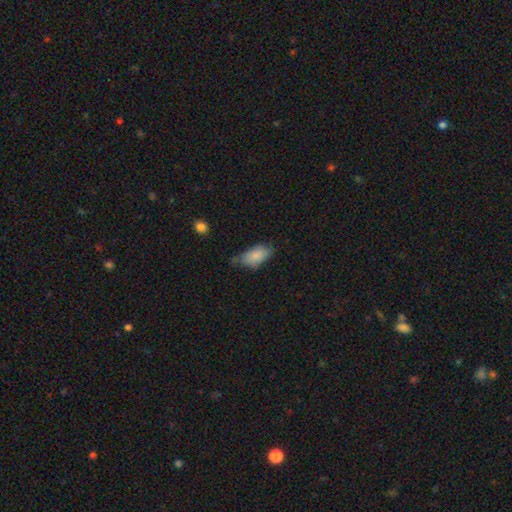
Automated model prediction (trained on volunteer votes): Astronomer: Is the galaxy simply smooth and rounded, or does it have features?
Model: smooth — 85%.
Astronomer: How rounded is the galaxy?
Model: in between — 92%.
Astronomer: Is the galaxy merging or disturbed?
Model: none — 55% (runner-up: minor disturbance, 35%).